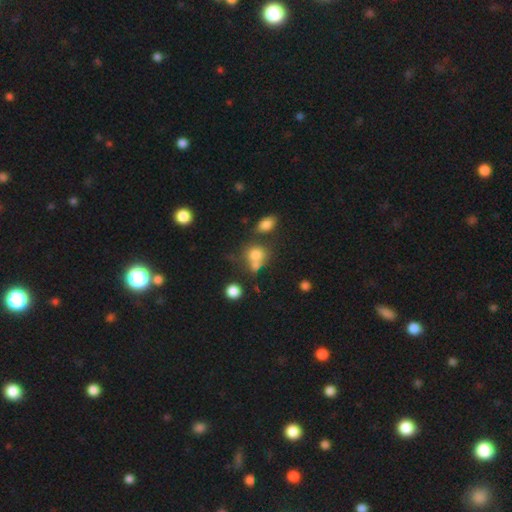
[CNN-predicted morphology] Smooth or featured? Predicted: smooth (p=0.72). How rounded? Predicted: round (p=0.70). Merging? Predicted: none (p=0.42).